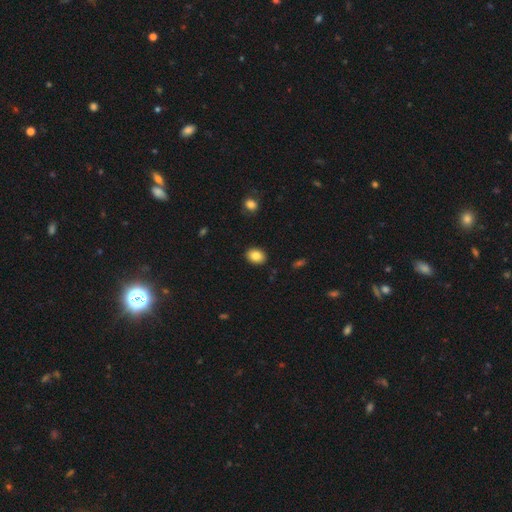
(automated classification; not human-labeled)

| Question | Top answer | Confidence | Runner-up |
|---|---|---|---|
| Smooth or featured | smooth | 84% | star or artifact (8%) |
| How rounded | in between | 68% | round (31%) |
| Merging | none | 89% | minor disturbance (8%) |